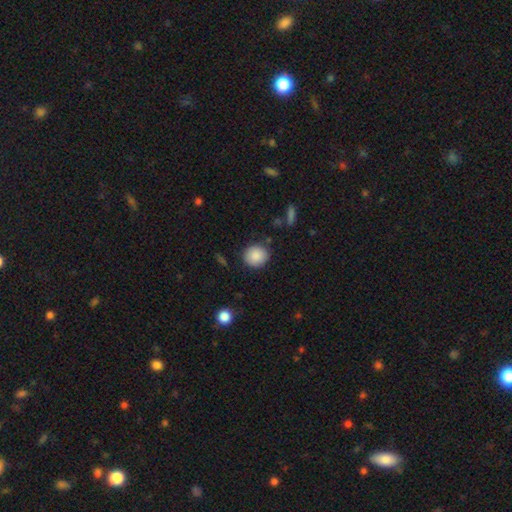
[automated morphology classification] A smooth galaxy with no disk features (88%) that is round (86%).

Vote fractions:
- Smooth or featured? smooth: 88% / star or artifact: 8% / featured or disk: 4%
- How rounded? round: 86% / in between: 13% / cigar-shaped: 1%
- Merging? none: 86% / minor disturbance: 9% / major disturbance: 3% / merger: 2%